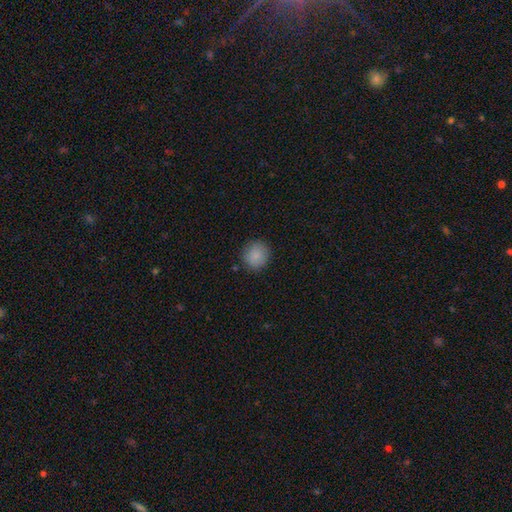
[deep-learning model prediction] smooth_or_featured: smooth (p=0.88) [alt: star or artifact p=0.08]
how_rounded: round (p=0.90) [alt: in between p=0.09]
merging: none (p=0.88) [alt: minor disturbance p=0.08]